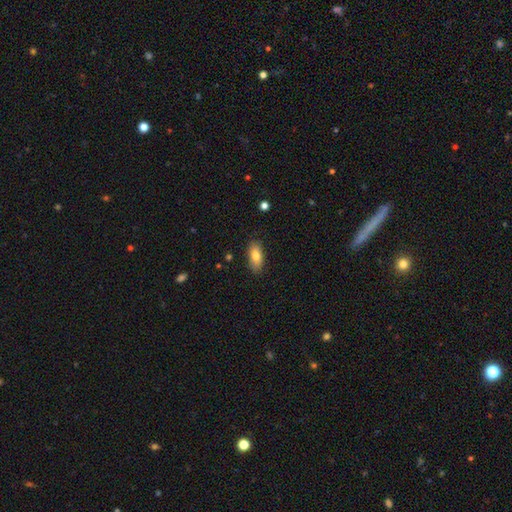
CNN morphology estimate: This is likely a smooth galaxy (79%). How rounded: clearly in between (86%). Merging: clearly none (85%).